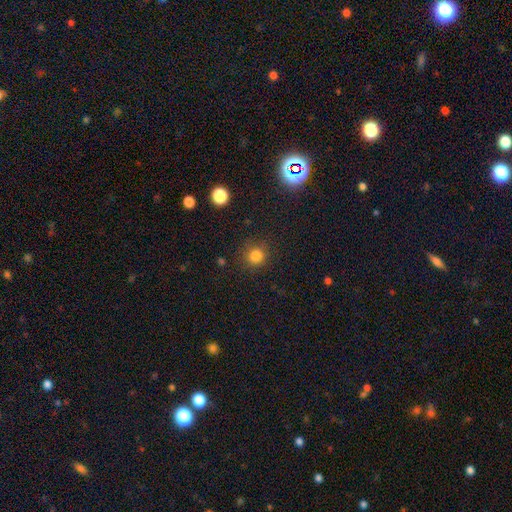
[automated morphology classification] Q: Smooth or featured?
A: smooth (83%); runner-up: star or artifact (13%)
Q: How rounded?
A: round (90%); runner-up: in between (9%)
Q: Merging?
A: none (84%); runner-up: minor disturbance (10%)